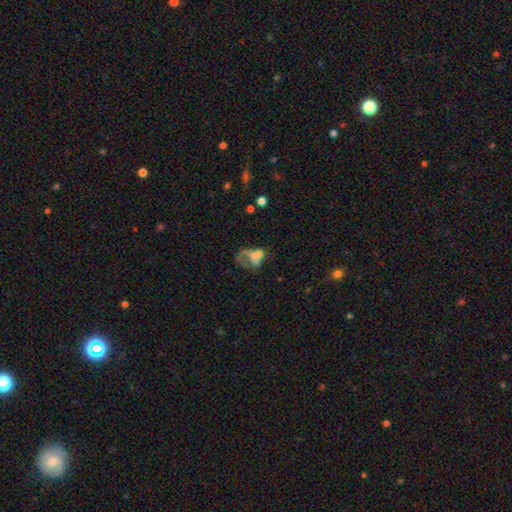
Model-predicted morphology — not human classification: type=featured or disk (44%); merging=major disturbance (47%).